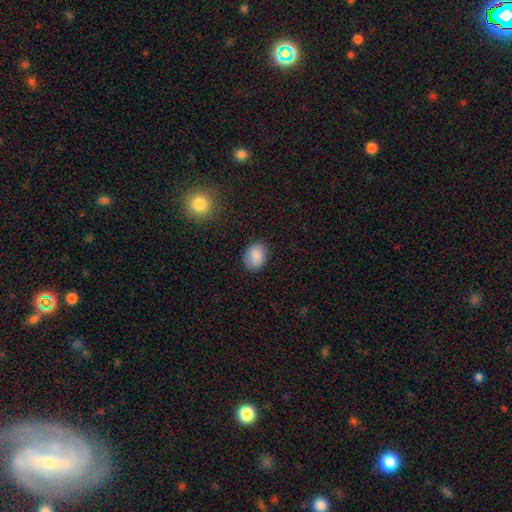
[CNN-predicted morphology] The model was most divided on "how rounded": in between: 68%, round: 31%, cigar-shaped: 1%. More confident: smooth or featured — smooth (88%); merging — none (85%).